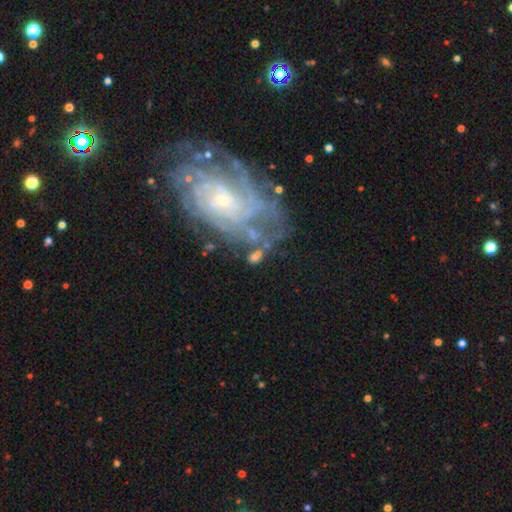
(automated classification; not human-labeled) Smooth or featured? featured or disk (69%)
Edge-on disk? no (95%)
Bar? no (68%)
Spiral arms? yes (79%)
Spiral winding? tight (61%)
Spiral arm count? can't tell (43%)
Bulge size? small (67%)
Merging? none (51%)